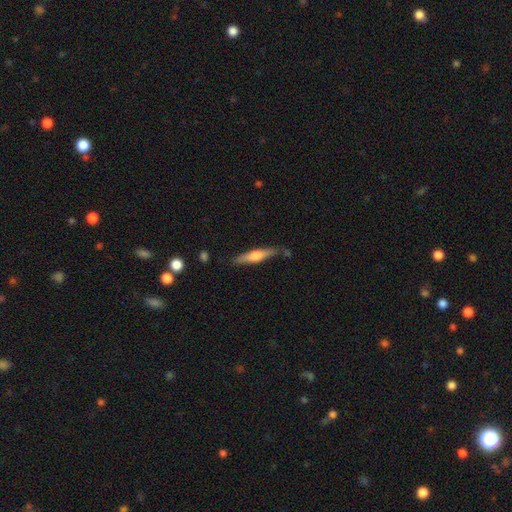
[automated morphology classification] Smooth or featured?
  - smooth: 52% *
  - featured or disk: 43%
  - star or artifact: 6%
How rounded?
  - cigar-shaped: 84% *
  - in between: 14%
  - round: 2%
Merging?
  - none: 78% *
  - minor disturbance: 15%
  - merger: 4%
  - major disturbance: 3%